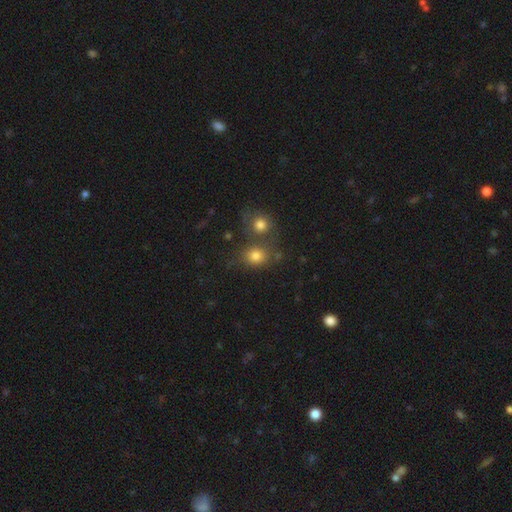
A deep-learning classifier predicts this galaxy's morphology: Overall: smooth (78%). How rounded: round (68%; in between 31%). Merging: none (52%; merger 33%).